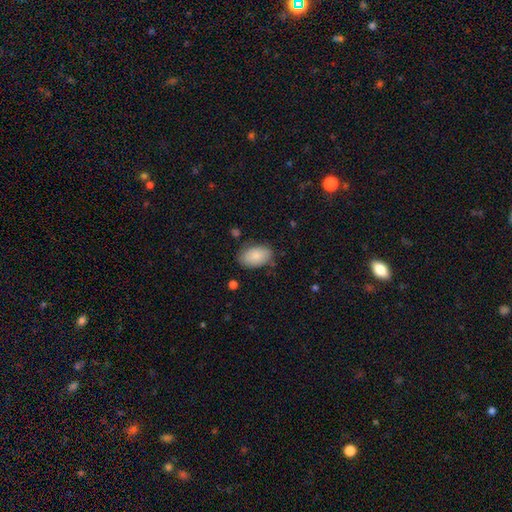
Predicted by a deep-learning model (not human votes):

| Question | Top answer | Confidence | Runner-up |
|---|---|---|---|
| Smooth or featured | smooth | 86% | featured or disk (7%) |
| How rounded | in between | 91% | round (8%) |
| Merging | none | 77% | minor disturbance (17%) |